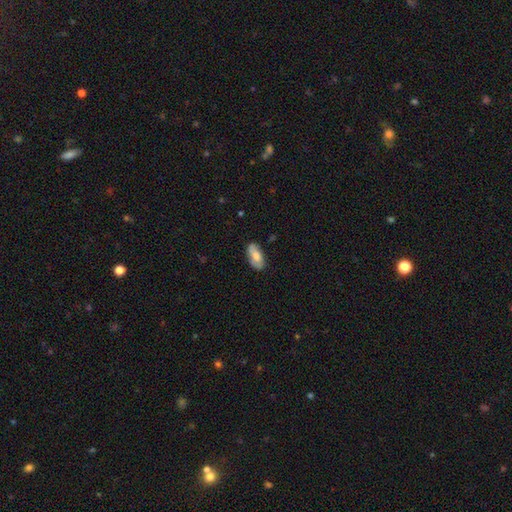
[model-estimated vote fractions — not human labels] Smooth or featured? smooth (68%)
How rounded? in between (91%)
Merging? none (74%)